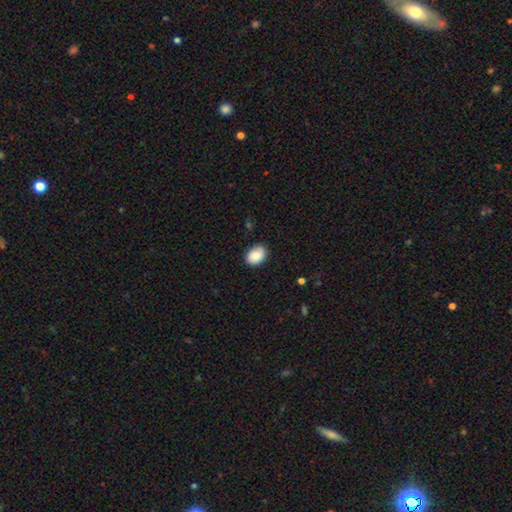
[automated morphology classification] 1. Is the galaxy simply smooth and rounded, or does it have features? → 89% smooth, 7% star or artifact, 4% featured or disk.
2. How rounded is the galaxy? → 76% in between, 24% round, 1% cigar-shaped.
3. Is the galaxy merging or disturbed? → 86% none, 11% minor disturbance, 2% major disturbance, 1% merger.